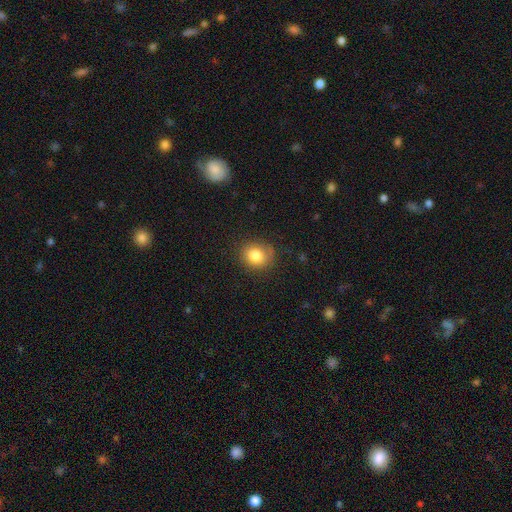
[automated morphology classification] A smooth galaxy with no disk features (83%) that is round (75%).

Vote fractions:
- Smooth or featured? smooth: 83% / star or artifact: 10% / featured or disk: 7%
- How rounded? round: 75% / in between: 24% / cigar-shaped: 1%
- Merging? none: 80% / minor disturbance: 15% / major disturbance: 4% / merger: 1%